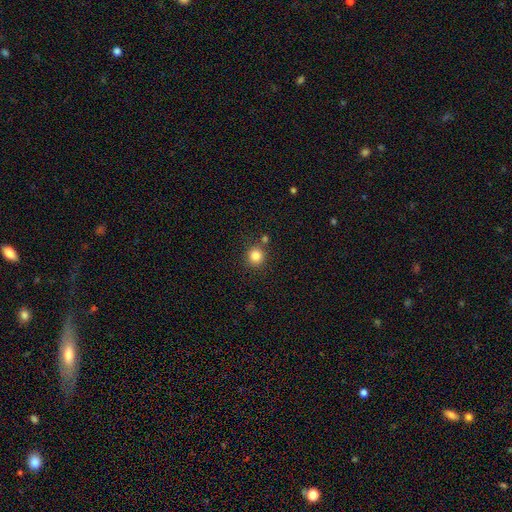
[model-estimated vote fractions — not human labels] smooth_or_featured: smooth (p=0.84) [alt: star or artifact p=0.12]
how_rounded: round (p=0.92) [alt: in between p=0.07]
merging: none (p=0.80) [alt: merger p=0.09]